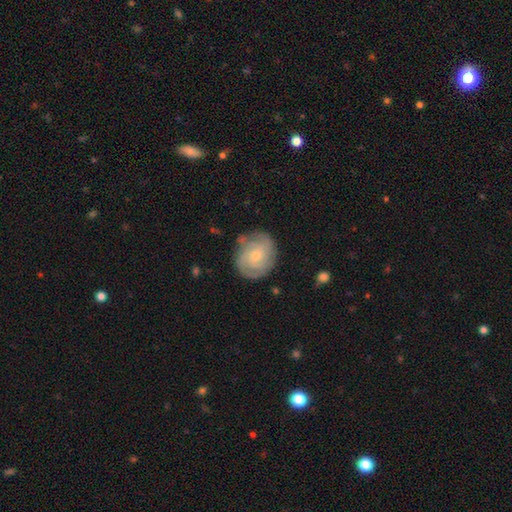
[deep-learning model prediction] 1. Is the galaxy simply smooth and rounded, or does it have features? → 69% featured or disk, 25% smooth, 6% star or artifact.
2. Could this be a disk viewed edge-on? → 98% no, 2% yes.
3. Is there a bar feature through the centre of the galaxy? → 71% no, 25% weak, 4% strong.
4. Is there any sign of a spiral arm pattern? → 91% yes, 9% no.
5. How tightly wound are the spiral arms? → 61% tight, 30% medium, 9% loose.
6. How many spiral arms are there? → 30% can't tell, 28% 2, 25% 3, 8% 4, 5% 1, 4% more than 4.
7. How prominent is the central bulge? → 73% small, 22% moderate, 2% none, 1% large, 1% dominant.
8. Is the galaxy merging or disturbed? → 72% none, 19% minor disturbance, 6% major disturbance, 2% merger.